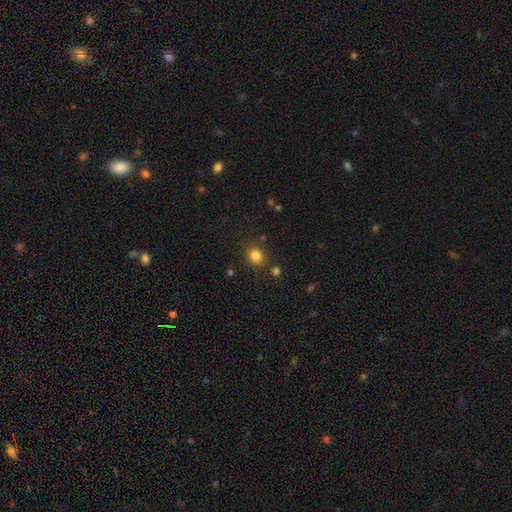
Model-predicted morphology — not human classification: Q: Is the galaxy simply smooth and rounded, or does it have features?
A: smooth — 83%.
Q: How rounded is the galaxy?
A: round — 79%.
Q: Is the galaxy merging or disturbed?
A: none — 83%.